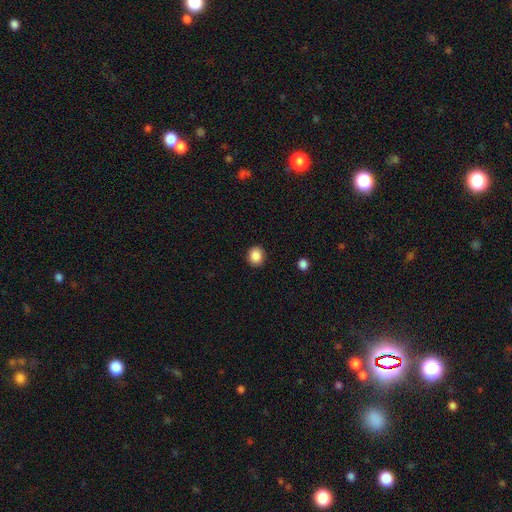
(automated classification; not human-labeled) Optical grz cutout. It shows a smooth galaxy with no disk features (88%) that is round (77%). Merging: none (90%).